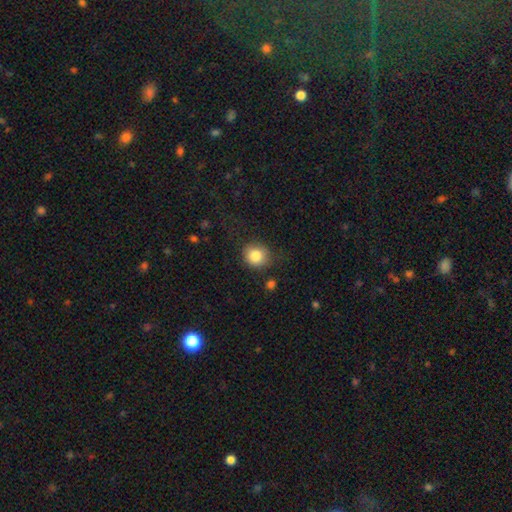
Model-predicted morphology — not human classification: This is clearly a smooth galaxy (84%). How rounded: clearly round (84%). Merging: clearly none (81%).